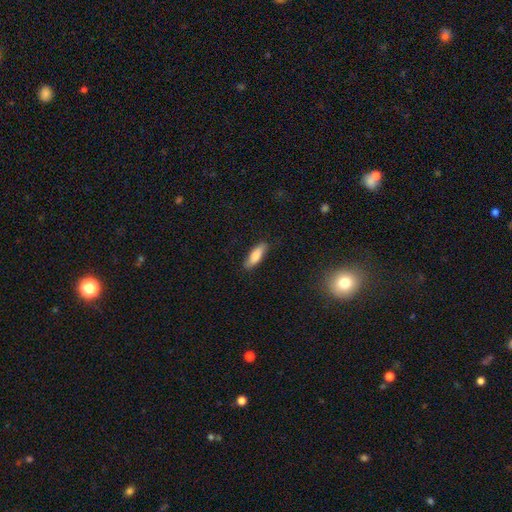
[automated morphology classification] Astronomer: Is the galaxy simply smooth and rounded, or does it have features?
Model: smooth — 82%.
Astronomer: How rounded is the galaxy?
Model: in between — 52% (runner-up: cigar-shaped, 46%).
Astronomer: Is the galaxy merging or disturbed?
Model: none — 83%.